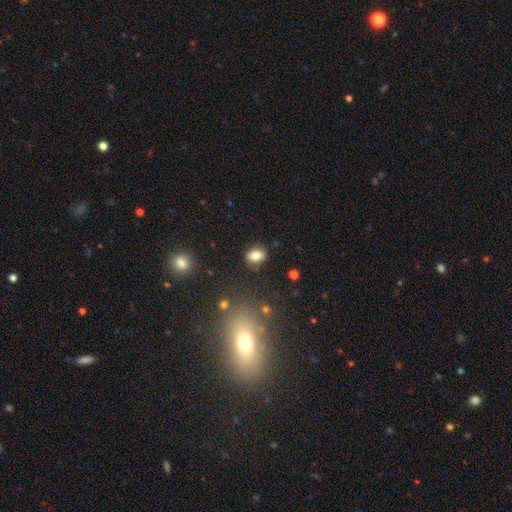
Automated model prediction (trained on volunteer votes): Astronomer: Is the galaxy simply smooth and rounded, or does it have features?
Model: smooth — 81%.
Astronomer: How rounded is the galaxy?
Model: in between — 70%.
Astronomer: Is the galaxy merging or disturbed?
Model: none — 84%.